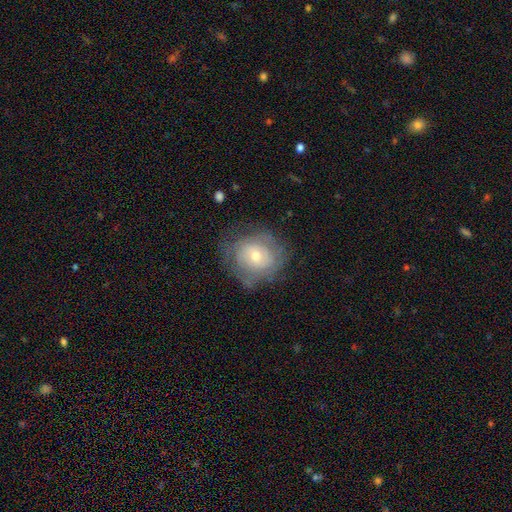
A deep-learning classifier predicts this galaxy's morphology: Smooth or featured? Predicted: featured or disk (p=0.52). Edge-on disk? Predicted: no (p=0.96). Bar? Predicted: no (p=0.74). Spiral arms? Predicted: yes (p=0.63). Bulge size? Predicted: moderate (p=0.50). Merging? Predicted: none (p=0.69).